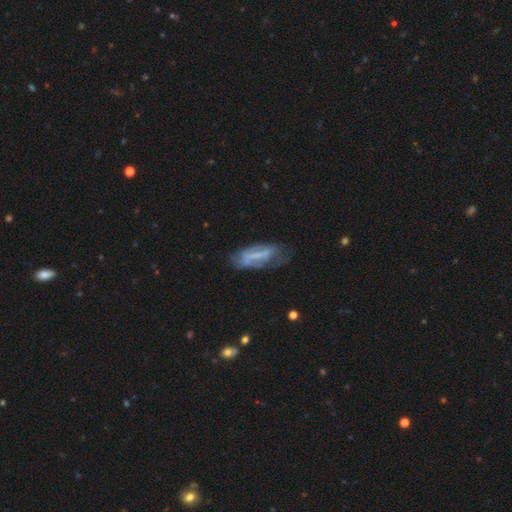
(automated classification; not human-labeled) smooth-or-featured: featured or disk: 58% | smooth: 33% | star or artifact: 9%
  disk-edge-on: no: 84% | yes: 16%
  merging: none: 50% | minor disturbance: 29% | major disturbance: 17% | merger: 4%